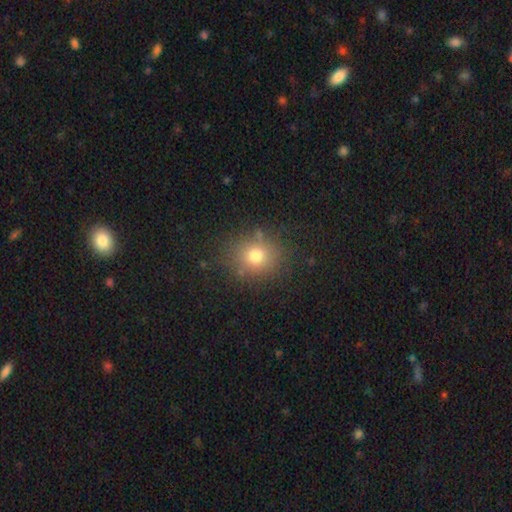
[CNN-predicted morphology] This appears to be a smooth galaxy with no disk features (74%) that is round (74%). Merging: none (83%).